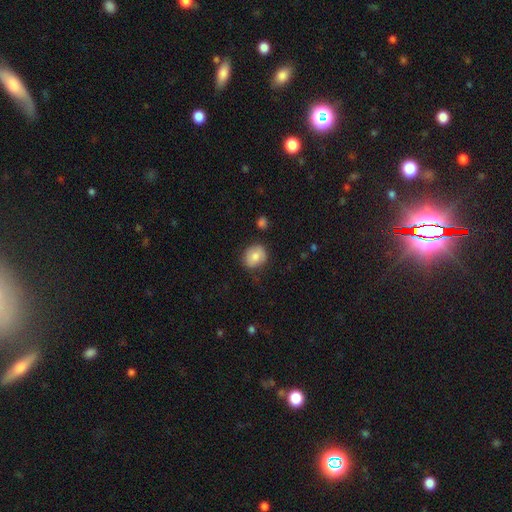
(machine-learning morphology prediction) A smooth galaxy with no disk features (81%) that is round (62%). Merging: none (76%).